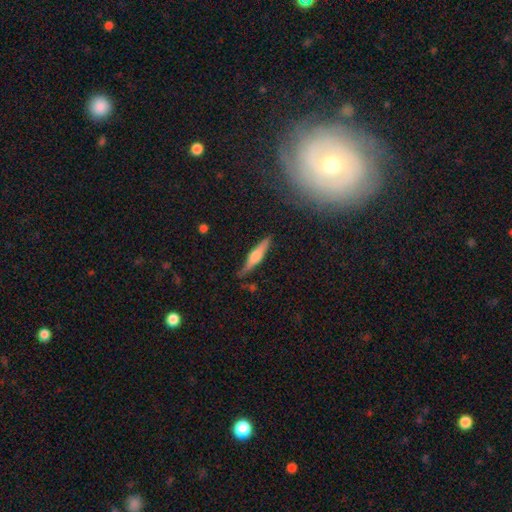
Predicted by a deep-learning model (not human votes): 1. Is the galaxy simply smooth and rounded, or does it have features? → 53% featured or disk, 40% smooth, 6% star or artifact.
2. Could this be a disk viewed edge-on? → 95% yes, 5% no.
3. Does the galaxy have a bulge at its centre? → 77% rounded, 15% boxy, 8% none.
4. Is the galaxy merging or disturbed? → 81% none, 14% minor disturbance, 3% major disturbance, 2% merger.